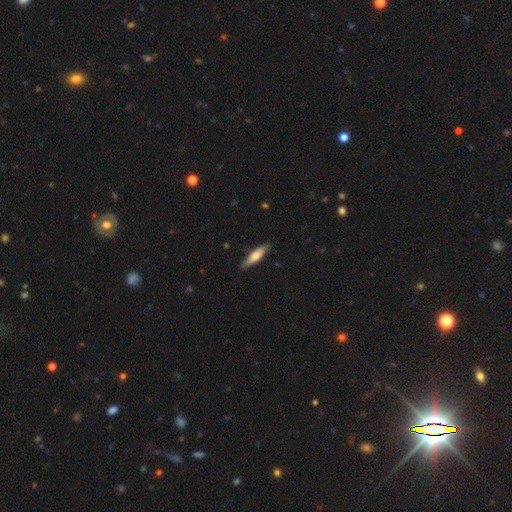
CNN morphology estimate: smooth_or_featured: smooth (p=0.59) [alt: featured or disk p=0.35]
how_rounded: cigar-shaped (p=0.78) [alt: in between p=0.21]
merging: none (p=0.86) [alt: minor disturbance p=0.11]